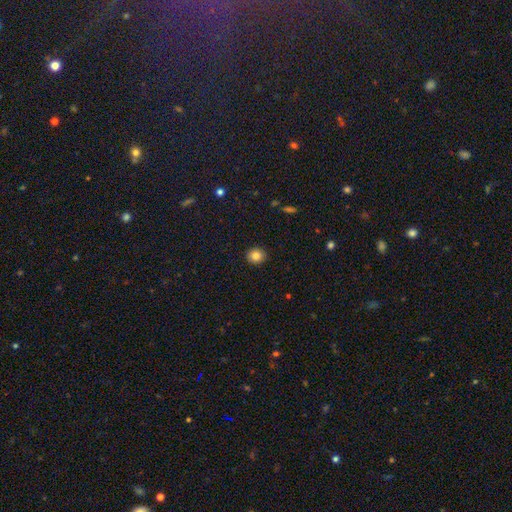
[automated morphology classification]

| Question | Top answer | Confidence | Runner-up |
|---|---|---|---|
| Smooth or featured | smooth | 84% | star or artifact (10%) |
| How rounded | round | 80% | in between (19%) |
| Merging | none | 91% | minor disturbance (6%) |